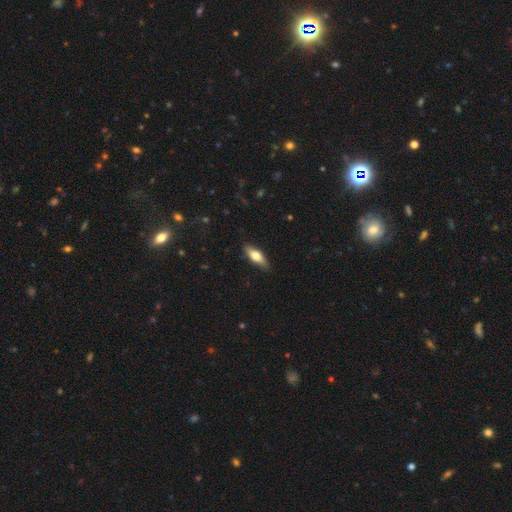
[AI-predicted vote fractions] Q: Smooth or featured?
A: smooth (63%); runner-up: featured or disk (31%)
Q: How rounded?
A: in between (60%); runner-up: cigar-shaped (37%)
Q: Merging?
A: none (86%); runner-up: minor disturbance (11%)